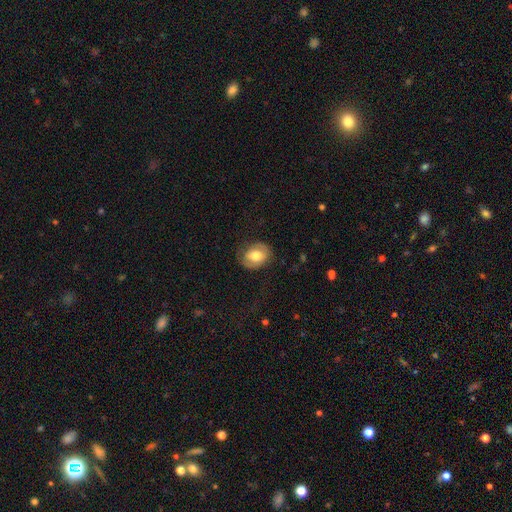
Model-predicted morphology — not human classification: Smooth or featured?
  - smooth: 60% *
  - featured or disk: 33%
  - star or artifact: 7%
How rounded?
  - in between: 63% *
  - round: 36%
  - cigar-shaped: 1%
Merging?
  - none: 72% *
  - minor disturbance: 18%
  - major disturbance: 9%
  - merger: 1%